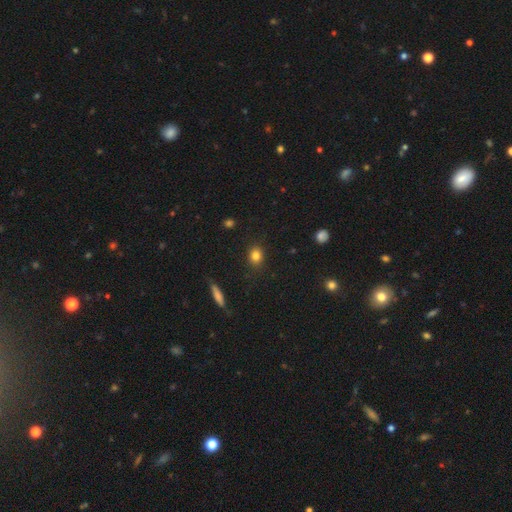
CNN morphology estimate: Smooth or featured: smooth — 83% (star or artifact — 11%)
How rounded: round — 57% (in between — 41%)
Merging: none — 87% (minor disturbance — 9%)